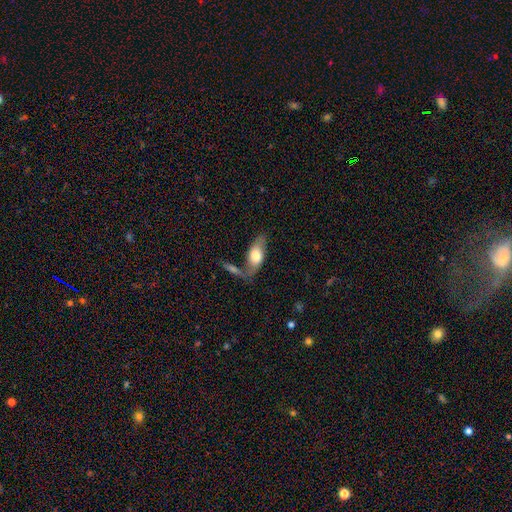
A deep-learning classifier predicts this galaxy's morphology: smooth_or_featured: smooth (p=0.59) [alt: featured or disk p=0.35]
how_rounded: in between (p=0.85) [alt: cigar-shaped p=0.11]
merging: none (p=0.42) [alt: merger p=0.30]